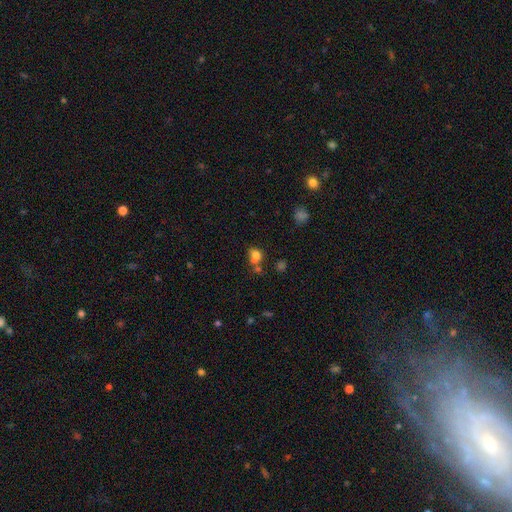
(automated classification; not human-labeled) Q: Smooth or featured?
A: smooth (75%); runner-up: star or artifact (15%)
Q: How rounded?
A: round (59%); runner-up: in between (39%)
Q: Merging?
A: none (42%); runner-up: merger (35%)